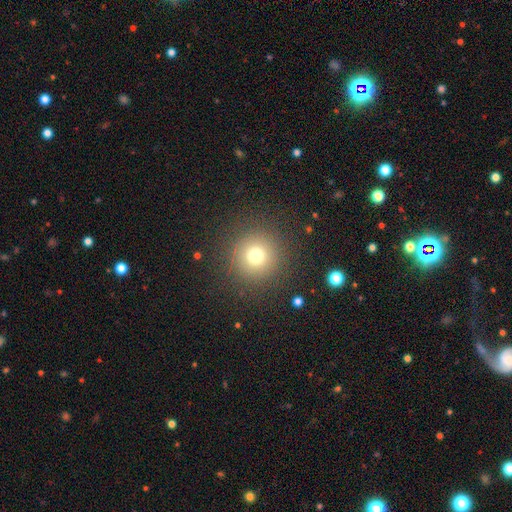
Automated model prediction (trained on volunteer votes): A smooth galaxy with no disk features (73%) that is round (96%).

Vote fractions:
- Smooth or featured? smooth: 73% / star or artifact: 17% / featured or disk: 10%
- How rounded? round: 96% / in between: 3% / cigar-shaped: 1%
- Merging? none: 89% / minor disturbance: 6% / major disturbance: 4% / merger: 1%